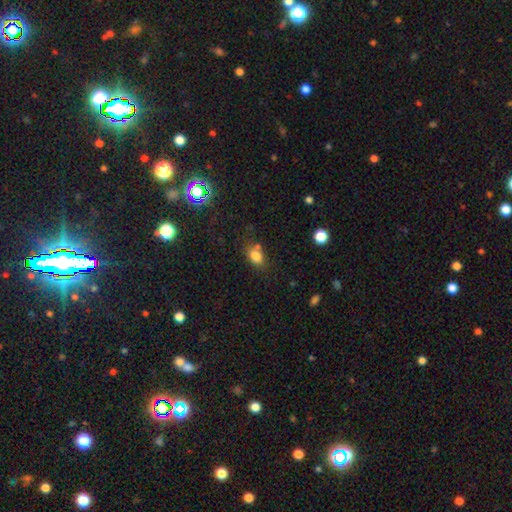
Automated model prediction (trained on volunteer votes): smooth 80%, star or artifact 12%, featured or disk 8%. Down the decision tree: how rounded — in between (78%); merging — none (62%).